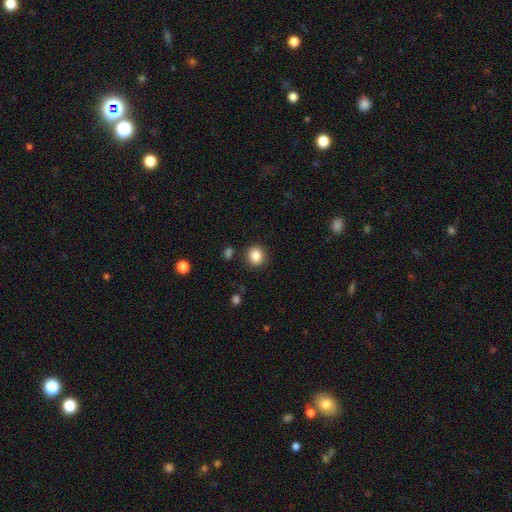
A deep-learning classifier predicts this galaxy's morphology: smooth_or_featured: smooth (p=0.86) [alt: star or artifact p=0.10]
how_rounded: round (p=0.84) [alt: in between p=0.15]
merging: none (p=0.88) [alt: minor disturbance p=0.07]